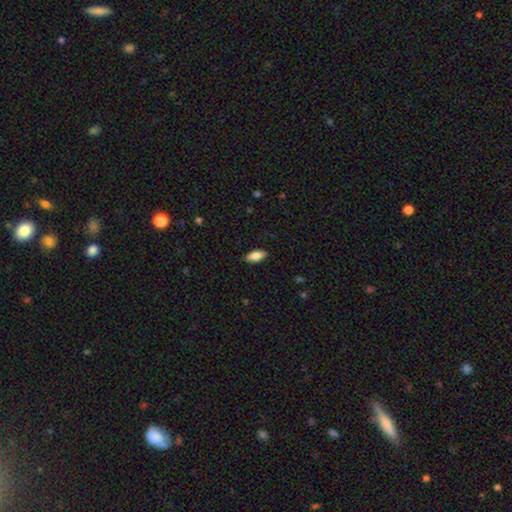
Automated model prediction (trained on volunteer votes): Morphology: type=smooth (84%); roundness=in between (84%); merging=none (89%).